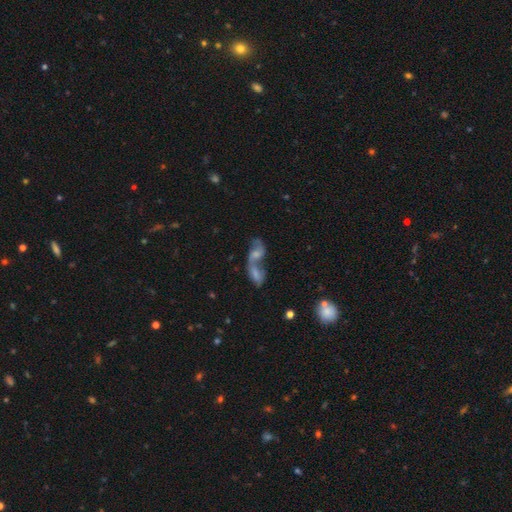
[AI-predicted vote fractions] Smooth or featured? featured or disk (60%)
Edge-on disk? no (93%)
Bar? no (64%)
Spiral arms? yes (76%)
Bulge size? small (36%)
Merging? merger (73%)